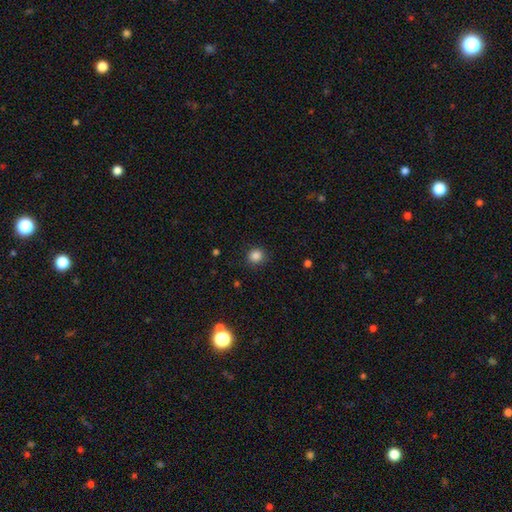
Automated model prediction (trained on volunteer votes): Q: Smooth or featured?
A: smooth (85%); runner-up: star or artifact (12%)
Q: How rounded?
A: round (89%); runner-up: in between (10%)
Q: Merging?
A: none (88%); runner-up: minor disturbance (8%)